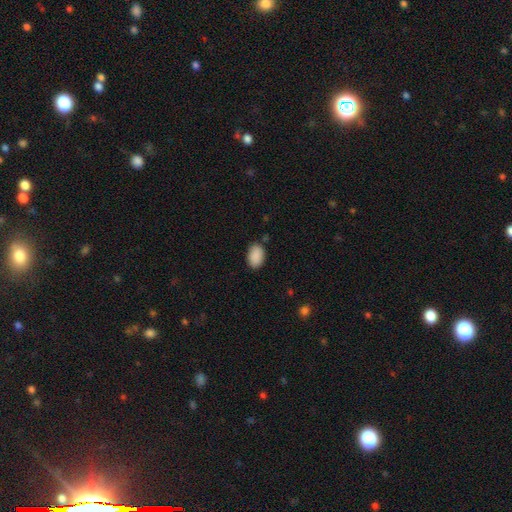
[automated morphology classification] smooth-or-featured: smooth: 90% | star or artifact: 7% | featured or disk: 3%
  how-rounded: in between: 89% | round: 10% | cigar-shaped: 1%
  merging: none: 83% | minor disturbance: 12% | major disturbance: 3% | merger: 2%